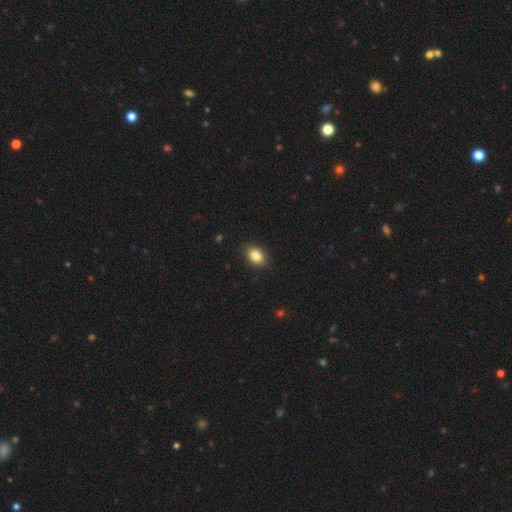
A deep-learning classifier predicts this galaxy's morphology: Smooth or featured?
  - smooth: 86% *
  - star or artifact: 9%
  - featured or disk: 6%
How rounded?
  - in between: 77% *
  - round: 22%
  - cigar-shaped: 1%
Merging?
  - none: 87% *
  - minor disturbance: 10%
  - major disturbance: 2%
  - merger: 1%